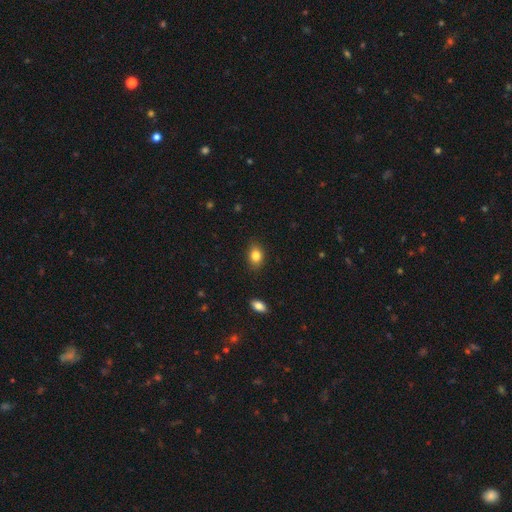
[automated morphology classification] Smooth or featured? Predicted: smooth (p=0.84). How rounded? Predicted: in between (p=0.70). Merging? Predicted: none (p=0.84).